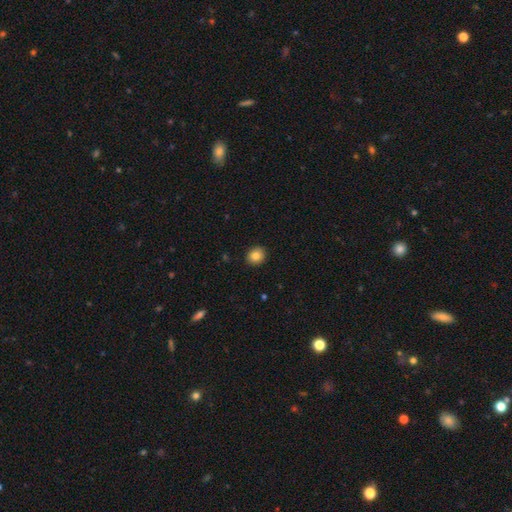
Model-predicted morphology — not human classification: Smooth or featured? Predicted: smooth (p=0.84). How rounded? Predicted: round (p=0.77). Merging? Predicted: none (p=0.91).